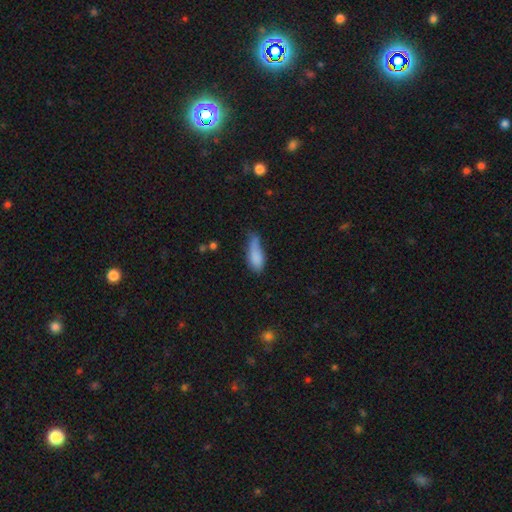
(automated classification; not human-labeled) This appears to be a smooth galaxy with no disk features (81%) that is in between round and cigar-shaped (69%). Merging: minor disturbance (43%).